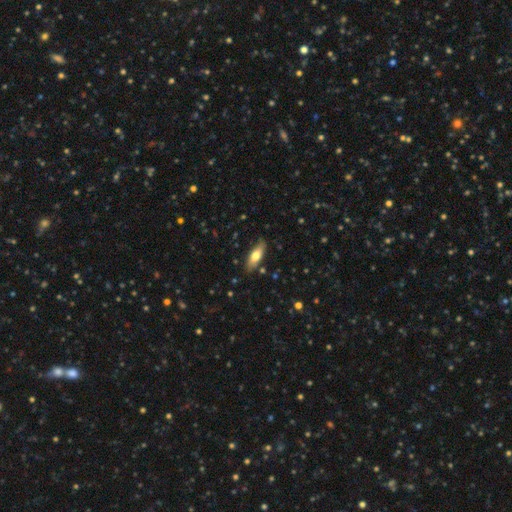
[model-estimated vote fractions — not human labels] The model was most divided on "how rounded": in between: 65%, cigar-shaped: 33%, round: 2%. More confident: merging — none (82%); smooth or featured — smooth (71%).